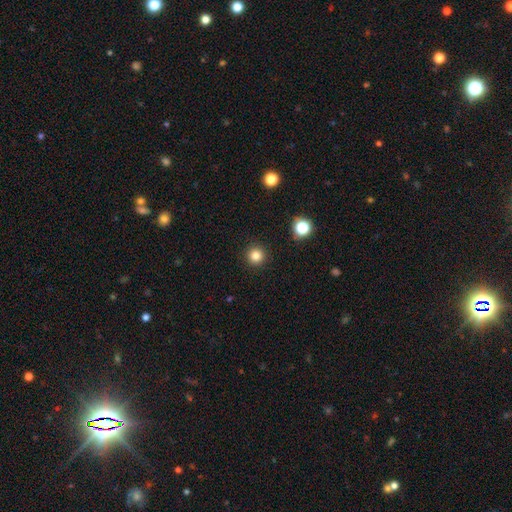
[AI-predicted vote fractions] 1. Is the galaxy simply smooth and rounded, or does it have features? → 82% smooth, 13% star or artifact, 4% featured or disk.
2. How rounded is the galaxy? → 95% round, 4% in between, 1% cigar-shaped.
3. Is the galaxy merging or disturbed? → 92% none, 5% minor disturbance, 2% major disturbance, 1% merger.